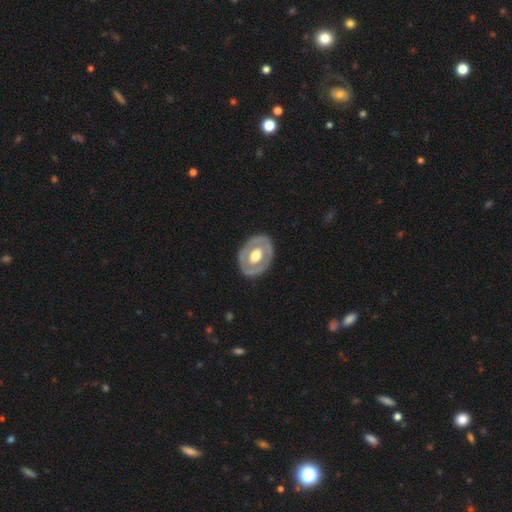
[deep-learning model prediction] The model was most divided on "bulge size": moderate: 49%, large: 44%, small: 3%, dominant: 3%, none: 1%. More confident: edge-on disk — no (93%); spiral arms — no (85%); merging — none (81%); bar — no (77%); smooth or featured — featured or disk (61%).